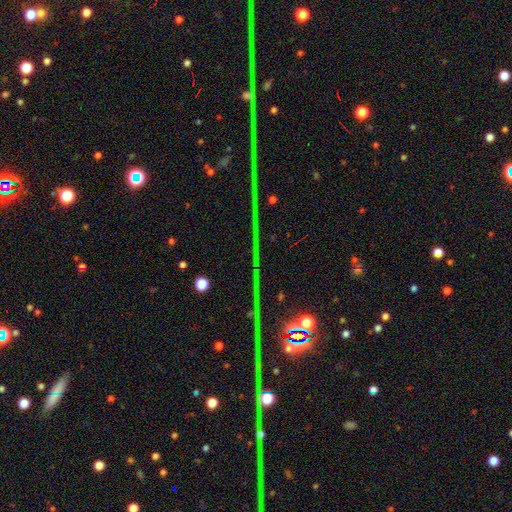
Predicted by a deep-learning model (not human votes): smooth_or_featured: star or artifact (p=0.82) [alt: smooth p=0.09]